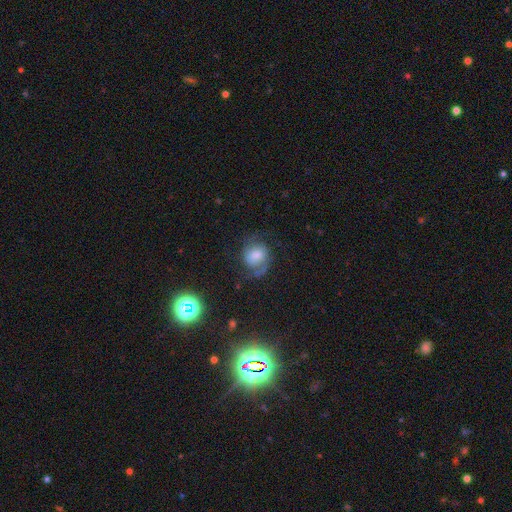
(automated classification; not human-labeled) Smooth or featured: featured or disk — 57% (smooth — 32%)
Edge-on disk: no — 97% (yes — 3%)
Bar: no — 55% (weak — 36%)
Spiral arms: yes — 89% (no — 11%)
Bulge size: moderate — 38% (large — 29%)
Merging: none — 60% (minor disturbance — 20%)